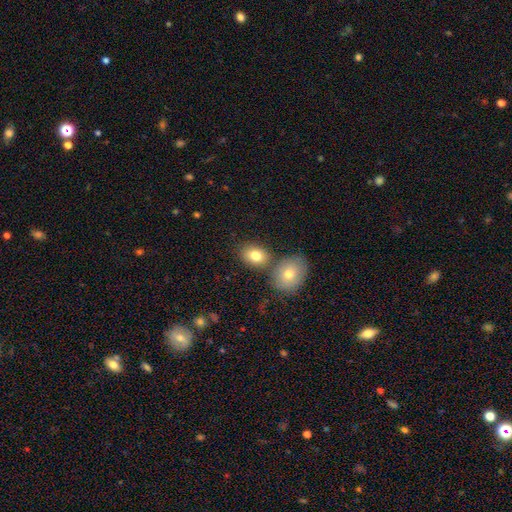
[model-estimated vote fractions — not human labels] Overall: smooth (79%). How rounded: in between (67%; round 32%). Merging: none (62%; merger 25%).